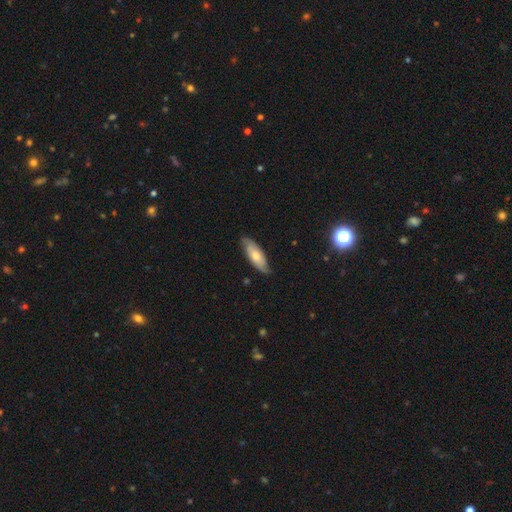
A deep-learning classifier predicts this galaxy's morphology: This is possibly a smooth galaxy (54%). How rounded: possibly in between (58%). Merging: clearly none (80%).